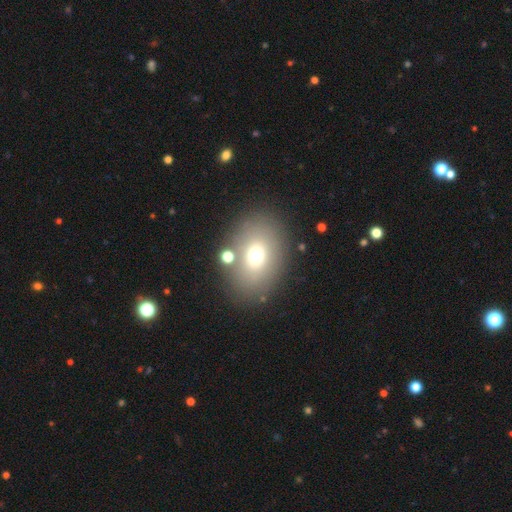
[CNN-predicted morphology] The model was most divided on "how rounded": in between: 73%, round: 26%, cigar-shaped: 1%. More confident: merging — none (79%); smooth or featured — smooth (70%).